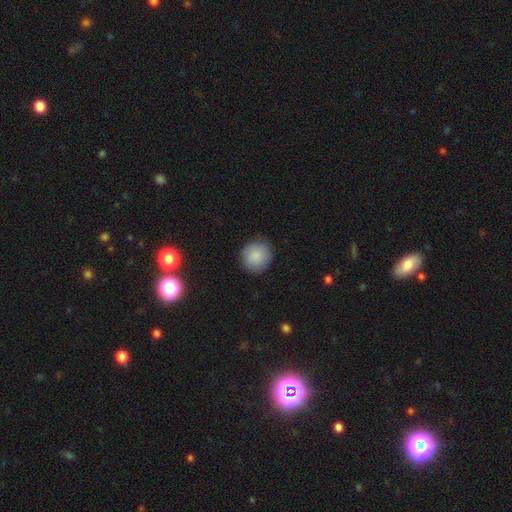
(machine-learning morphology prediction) This appears to be a smooth galaxy with no disk features (87%) that is round (90%). Merging: none (87%).